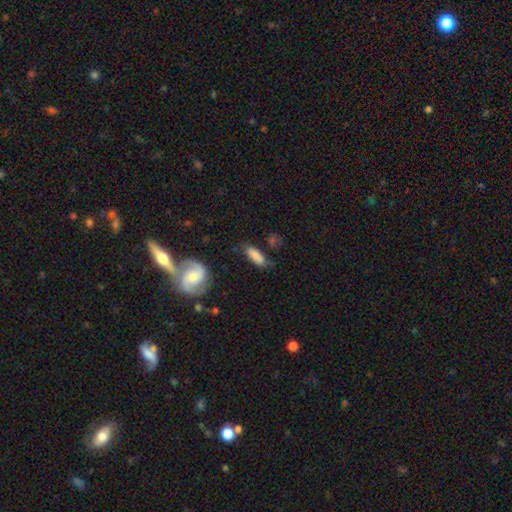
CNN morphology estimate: smooth 81%, featured or disk 12%, star or artifact 7%. Down the decision tree: how rounded — in between (66%); merging — none (64%).